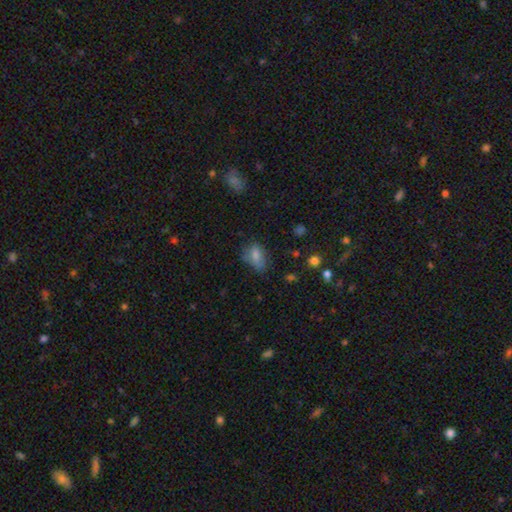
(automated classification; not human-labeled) smooth 76%, featured or disk 14%, star or artifact 10%. Down the decision tree: how rounded — in between (84%); merging — none (51%).